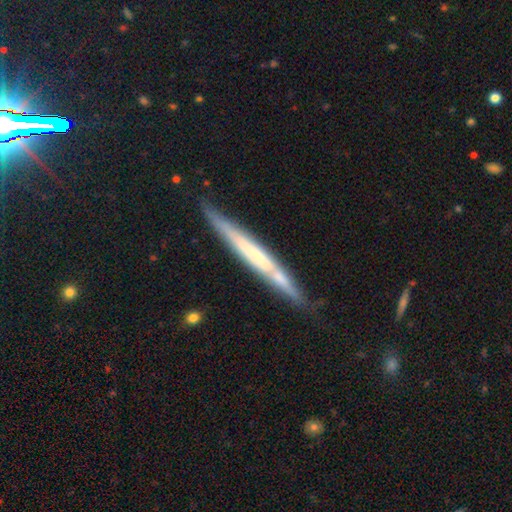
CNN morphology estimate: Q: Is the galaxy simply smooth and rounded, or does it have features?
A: featured or disk — 59%.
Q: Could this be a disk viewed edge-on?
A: yes — 94%.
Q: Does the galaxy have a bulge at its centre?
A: none — 69%.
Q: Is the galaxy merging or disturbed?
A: none — 77%.